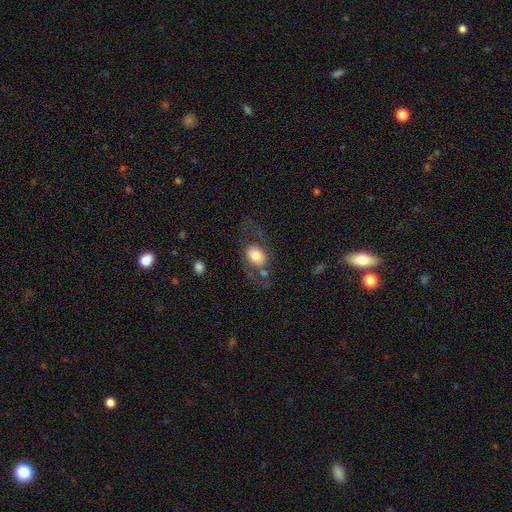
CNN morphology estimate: smooth 63%, featured or disk 30%, star or artifact 7%. Down the decision tree: how rounded — in between (61%); merging — none (54%).